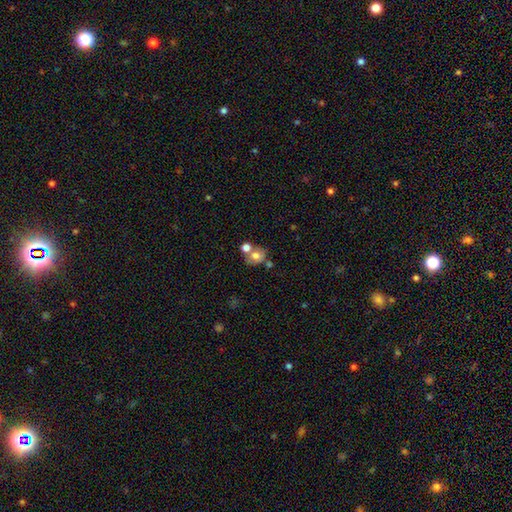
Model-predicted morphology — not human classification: This appears to be a smooth galaxy with no disk features (64%) that is round (60%). Merging: none (41%).